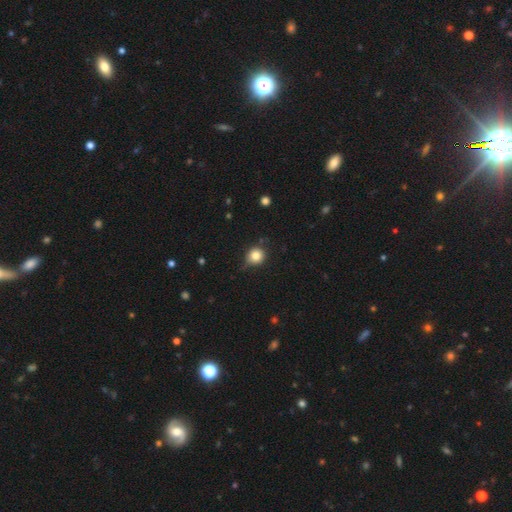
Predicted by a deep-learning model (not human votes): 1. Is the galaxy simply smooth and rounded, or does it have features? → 81% smooth, 11% star or artifact, 9% featured or disk.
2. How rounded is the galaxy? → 89% round, 10% in between, 1% cigar-shaped.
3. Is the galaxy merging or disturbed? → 69% none, 23% minor disturbance, 5% major disturbance, 3% merger.